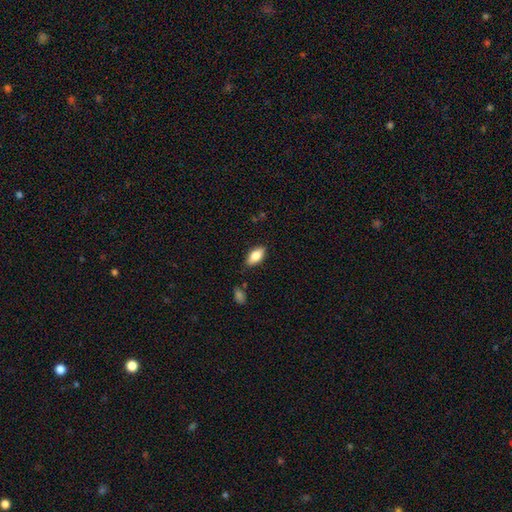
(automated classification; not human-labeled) smooth-or-featured: smooth: 79% | featured or disk: 14% | star or artifact: 7%
  how-rounded: in between: 89% | cigar-shaped: 8% | round: 3%
  merging: none: 83% | minor disturbance: 12% | major disturbance: 3% | merger: 2%